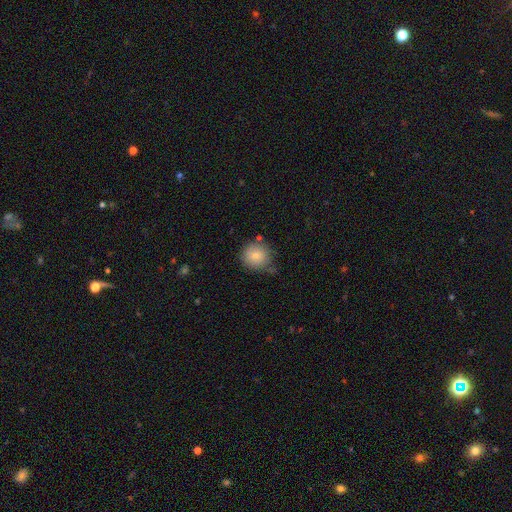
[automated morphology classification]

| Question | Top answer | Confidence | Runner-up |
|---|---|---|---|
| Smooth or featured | smooth | 80% | featured or disk (11%) |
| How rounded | round | 91% | in between (8%) |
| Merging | none | 69% | minor disturbance (20%) |